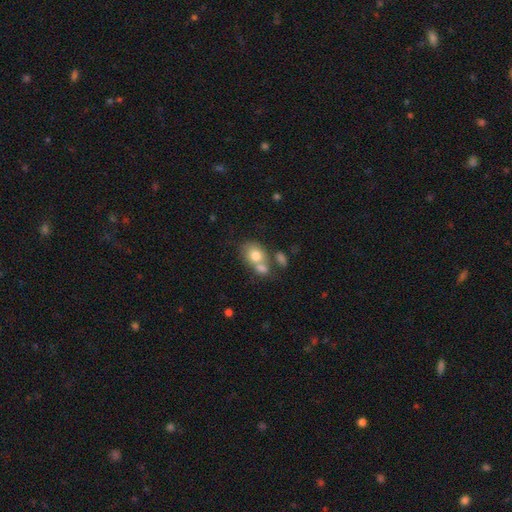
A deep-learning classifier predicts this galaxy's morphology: This appears to be a smooth galaxy with no disk features (75%) that is in between round and cigar-shaped (50%). Merging: merger (48%).